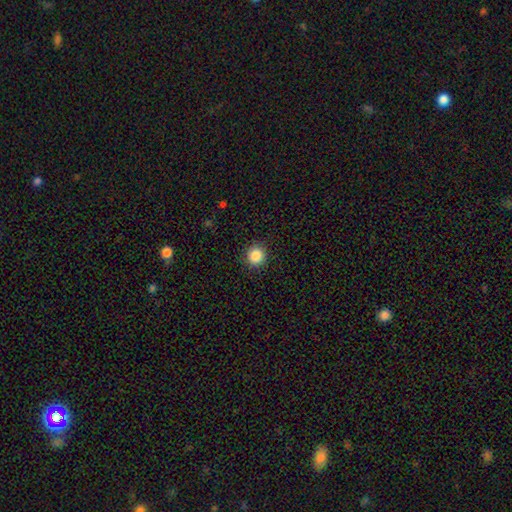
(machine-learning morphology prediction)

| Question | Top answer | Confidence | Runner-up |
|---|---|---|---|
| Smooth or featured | smooth | 87% | star or artifact (10%) |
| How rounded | round | 92% | in between (7%) |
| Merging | none | 91% | minor disturbance (6%) |